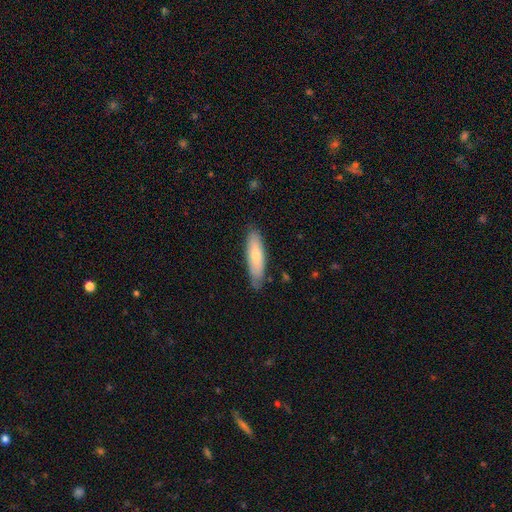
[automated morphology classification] Smooth or featured: smooth — 65% (featured or disk — 29%)
How rounded: cigar-shaped — 63% (in between — 36%)
Merging: none — 81% (minor disturbance — 15%)